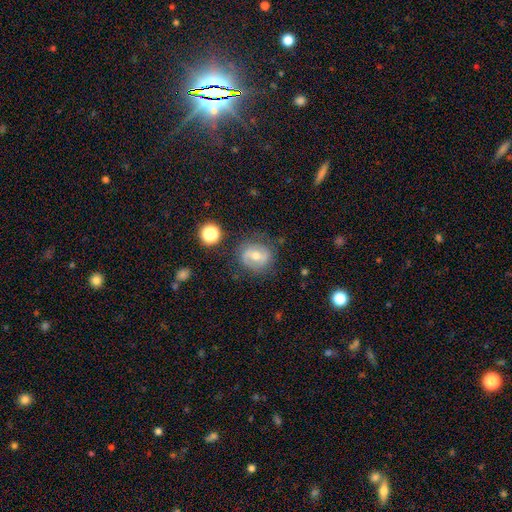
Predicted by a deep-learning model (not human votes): Smooth or featured? featured or disk (56%)
Edge-on disk? no (96%)
Bar? weak (44%)
Spiral arms? yes (70%)
Bulge size? moderate (70%)
Merging? none (73%)